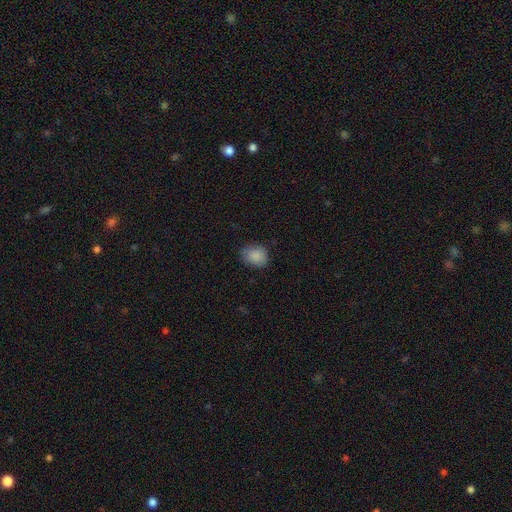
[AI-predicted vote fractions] A smooth galaxy with no disk features (87%) that is in between round and cigar-shaped (52%).

Vote fractions:
- Smooth or featured? smooth: 87% / star or artifact: 8% / featured or disk: 5%
- How rounded? in between: 52% / round: 47% / cigar-shaped: 1%
- Merging? none: 76% / minor disturbance: 19% / major disturbance: 4% / merger: 1%